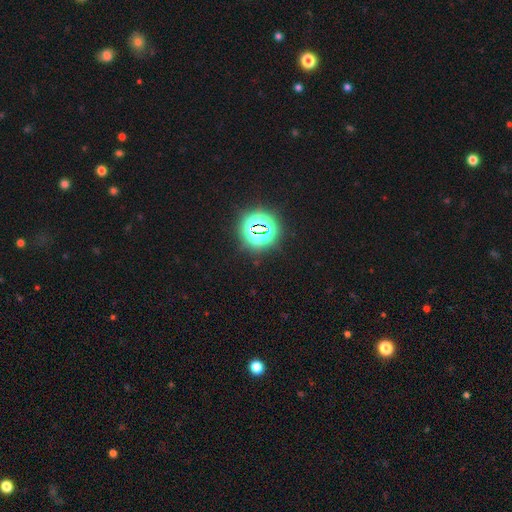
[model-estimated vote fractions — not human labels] star or artifact 83%, smooth 11%, featured or disk 6%.